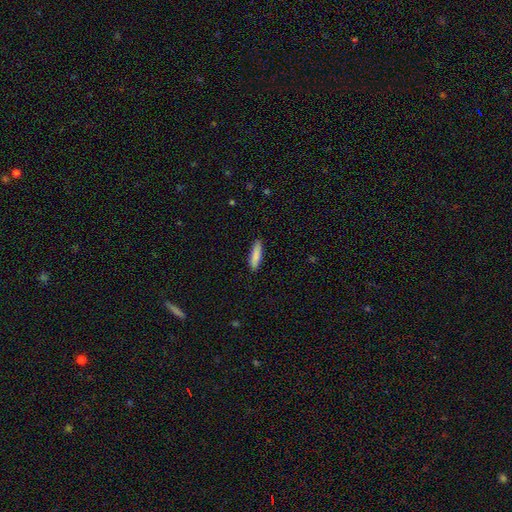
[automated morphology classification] smooth-or-featured: smooth: 86% | featured or disk: 8% | star or artifact: 6%
  how-rounded: cigar-shaped: 68% | in between: 30% | round: 1%
  merging: none: 88% | minor disturbance: 9% | major disturbance: 2% | merger: 1%